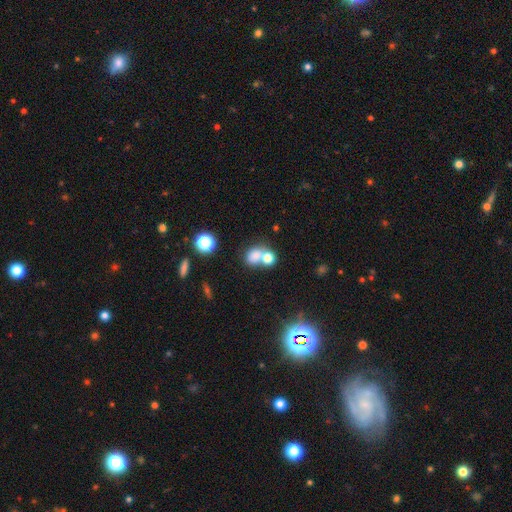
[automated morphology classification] smooth_or_featured: smooth (p=0.75) [alt: star or artifact p=0.13]
how_rounded: round (p=0.54) [alt: in between p=0.45]
merging: merger (p=0.51) [alt: none p=0.35]